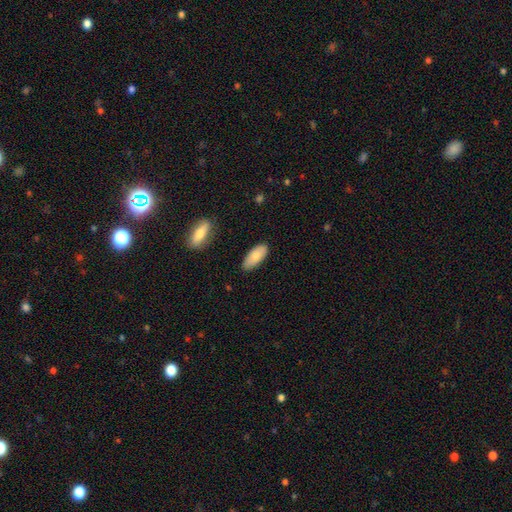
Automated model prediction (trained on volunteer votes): Q: Smooth or featured?
A: smooth (84%); runner-up: featured or disk (10%)
Q: How rounded?
A: in between (85%); runner-up: cigar-shaped (13%)
Q: Merging?
A: none (81%); runner-up: minor disturbance (14%)